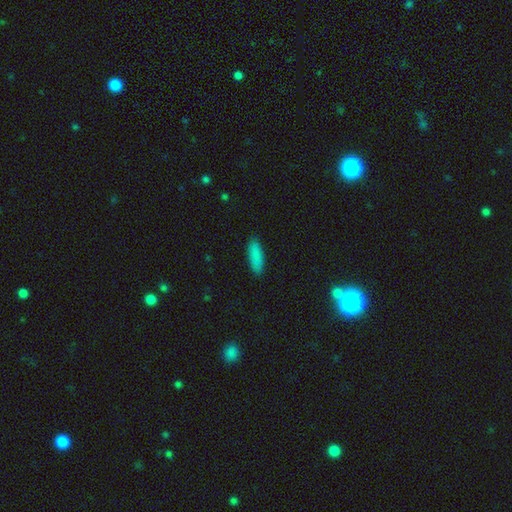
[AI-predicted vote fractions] Morphology: type=smooth (88%); roundness=in between (51%); merging=none (88%).